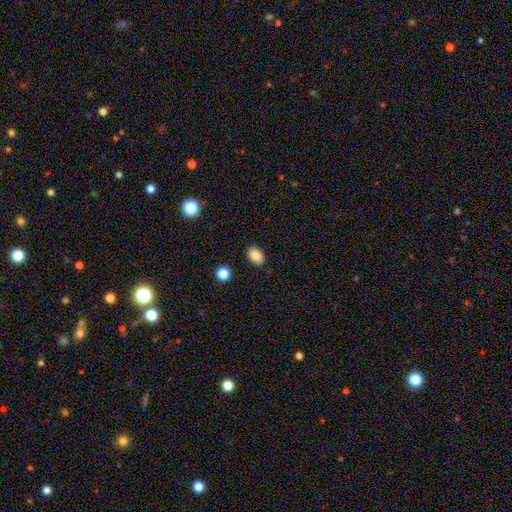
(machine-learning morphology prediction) Overall: smooth (87%). How rounded: in between (87%). Merging: none (88%).